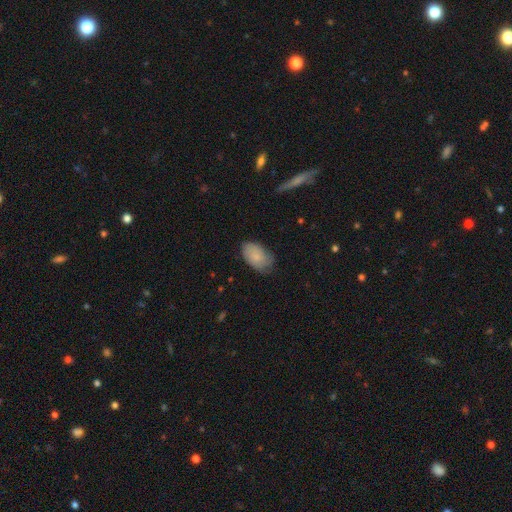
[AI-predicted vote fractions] Smooth or featured: smooth — 79% (featured or disk — 15%)
How rounded: in between — 92% (round — 6%)
Merging: none — 65% (minor disturbance — 28%)